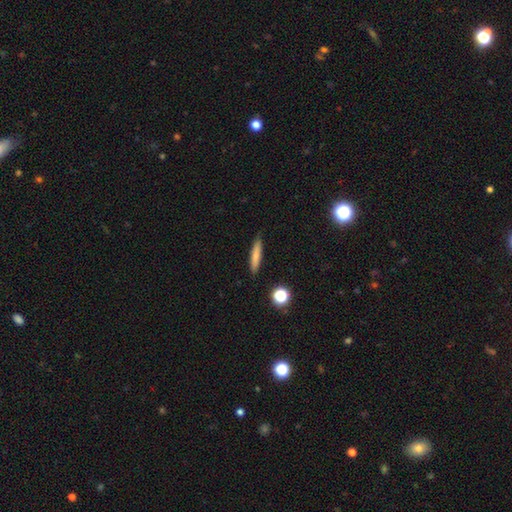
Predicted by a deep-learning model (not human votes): A smooth galaxy with no disk features (77%) that is cigar-shaped (89%).

Vote fractions:
- Smooth or featured? smooth: 77% / featured or disk: 14% / star or artifact: 8%
- How rounded? cigar-shaped: 89% / in between: 9% / round: 2%
- Merging? none: 87% / minor disturbance: 9% / major disturbance: 2% / merger: 2%